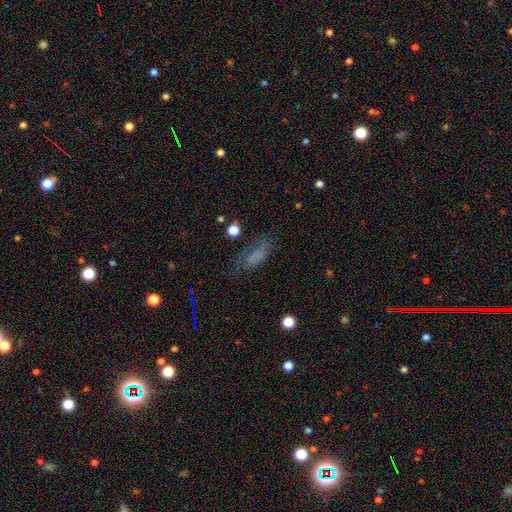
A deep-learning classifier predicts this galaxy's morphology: smooth_or_featured: smooth (p=0.61) [alt: featured or disk p=0.23]
how_rounded: in between (p=0.71) [alt: cigar-shaped p=0.25]
merging: none (p=0.51) [alt: minor disturbance p=0.26]